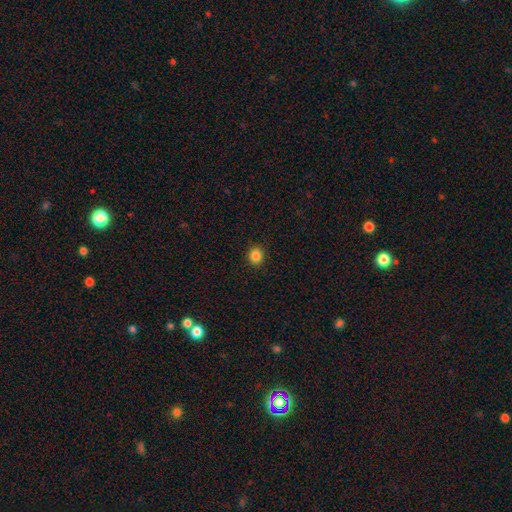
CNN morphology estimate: smooth_or_featured: smooth (p=0.85) [alt: star or artifact p=0.11]
how_rounded: round (p=0.80) [alt: in between p=0.20]
merging: none (p=0.92) [alt: minor disturbance p=0.06]